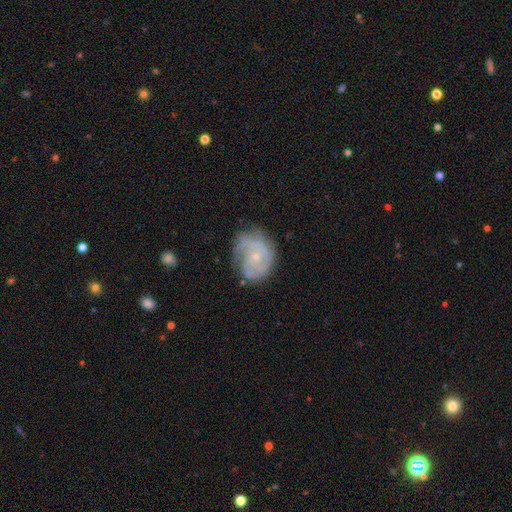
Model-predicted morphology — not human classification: A featured or disk galaxy (75%) with no bar (76%), tight (52%) spiral arms (89%) and a small central bulge (75%).

Vote fractions:
- Smooth or featured? featured or disk: 75% / smooth: 18% / star or artifact: 7%
- Edge-on disk? no: 98% / yes: 2%
- Bar? no: 76% / weak: 21% / strong: 3%
- Spiral arms? yes: 89% / no: 11%
- Spiral winding? tight: 52% / medium: 36% / loose: 13%
- Spiral arm count? can't tell: 33% / 2: 29% / 3: 20% / 1: 8% / 4: 6% / more than 4: 4%
- Bulge size? small: 75% / moderate: 19% / none: 4% / large: 1% / dominant: 1%
- Merging? none: 59% / minor disturbance: 26% / major disturbance: 14% / merger: 2%